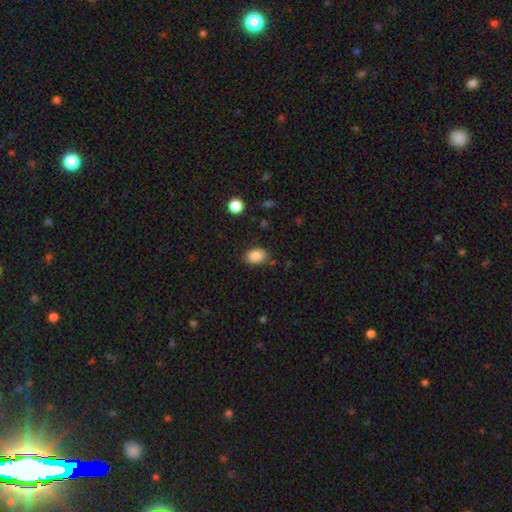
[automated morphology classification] Overall: smooth (87%). How rounded: in between (74%). Merging: none (82%).